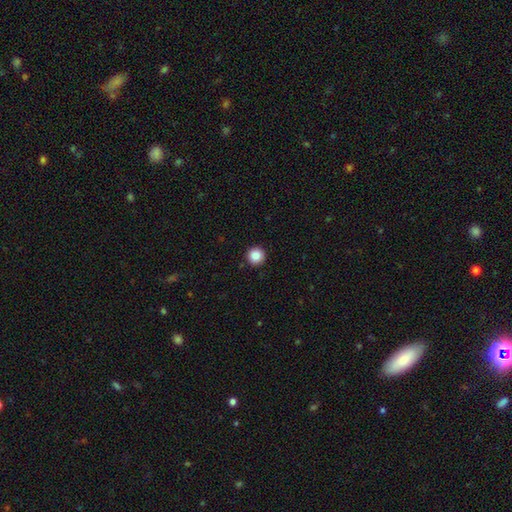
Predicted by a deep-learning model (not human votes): Smooth or featured? smooth (86%)
How rounded? round (97%)
Merging? none (93%)